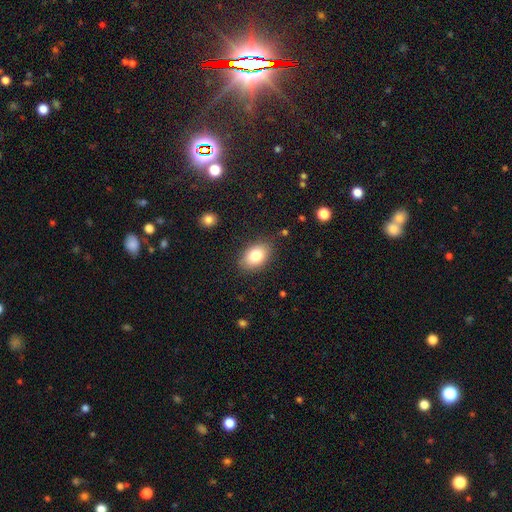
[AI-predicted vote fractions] This is clearly a smooth galaxy (81%). How rounded: clearly in between (86%). Merging: clearly none (85%).